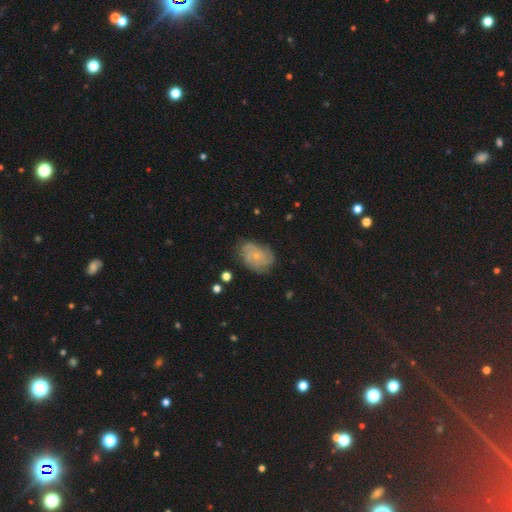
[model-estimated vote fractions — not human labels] The model was most divided on "spiral arm count": can't tell: 37%, 3: 20%, 2: 15%, 4: 15%, more than 4: 7%, 1: 6%. More confident: edge-on disk — no (97%); spiral arms — yes (90%); bar — no (80%); bulge size — small (75%); merging — none (72%); smooth or featured — featured or disk (70%); spiral winding — tight (54%).